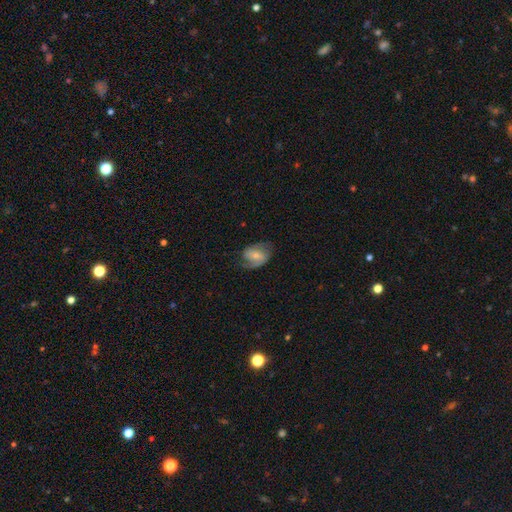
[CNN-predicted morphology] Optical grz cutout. It shows a featured or disk galaxy (63%) with no bar (42%), 2 (72%) medium (45%) spiral arms (87%) and a small central bulge (55%). Merging: none (63%).